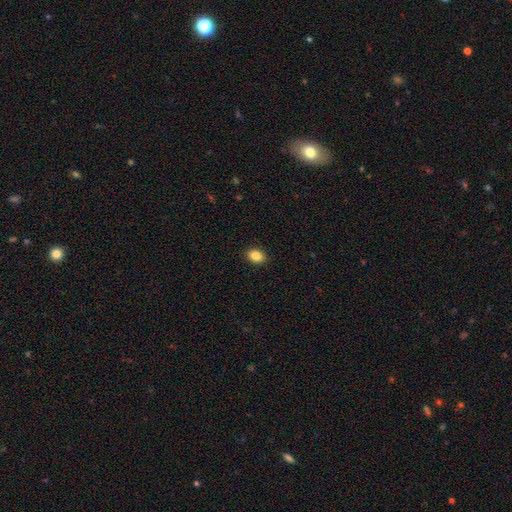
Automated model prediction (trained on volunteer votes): This is clearly a smooth galaxy (86%). How rounded: likely in between (73%). Merging: clearly none (90%).